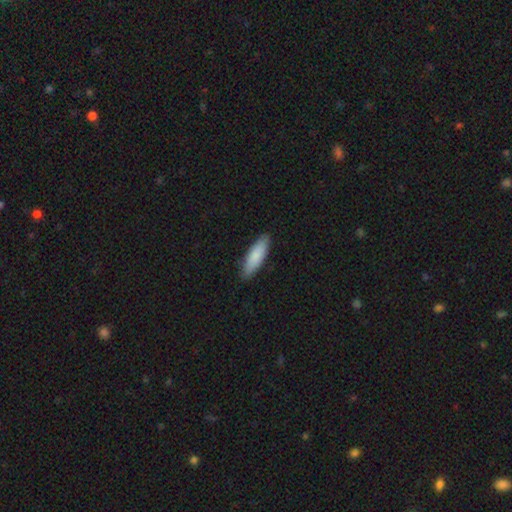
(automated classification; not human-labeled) Overall: smooth (85%). How rounded: cigar-shaped (53%; in between 46%). Merging: none (87%).